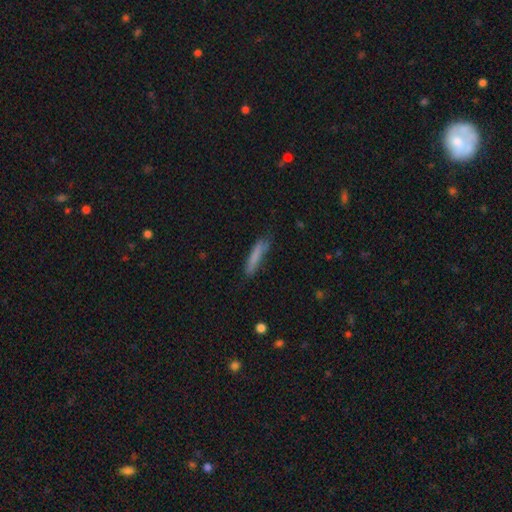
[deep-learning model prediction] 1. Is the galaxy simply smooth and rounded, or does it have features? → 76% smooth, 17% featured or disk, 8% star or artifact.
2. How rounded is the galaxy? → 88% cigar-shaped, 11% in between, 2% round.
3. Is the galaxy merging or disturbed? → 66% none, 24% minor disturbance, 7% major disturbance, 3% merger.